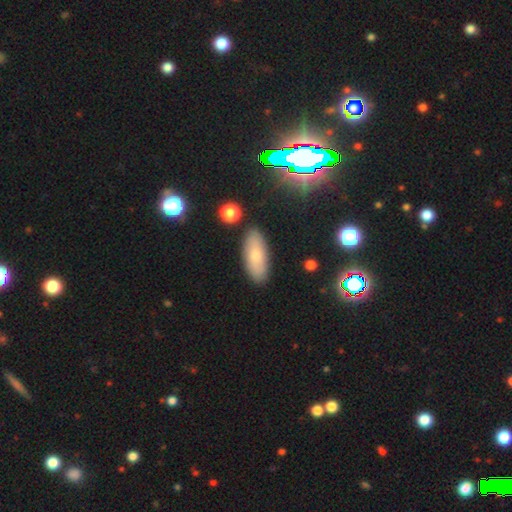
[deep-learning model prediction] smooth_or_featured: smooth (p=0.73) [alt: featured or disk p=0.18]
how_rounded: in between (p=0.81) [alt: cigar-shaped p=0.17]
merging: none (p=0.85) [alt: minor disturbance p=0.10]